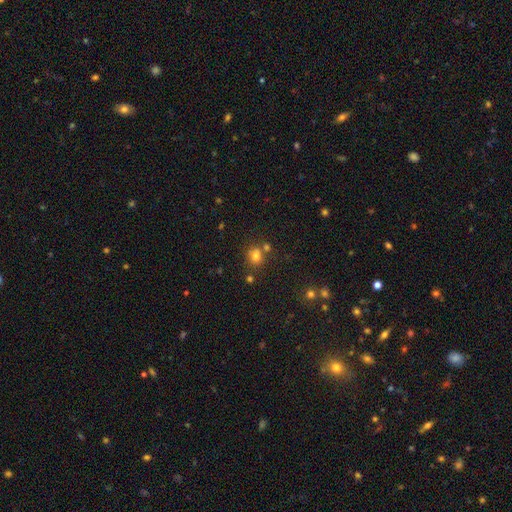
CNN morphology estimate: smooth 73%, star or artifact 18%, featured or disk 10%. Down the decision tree: how rounded — round (75%); merging — none (63%).